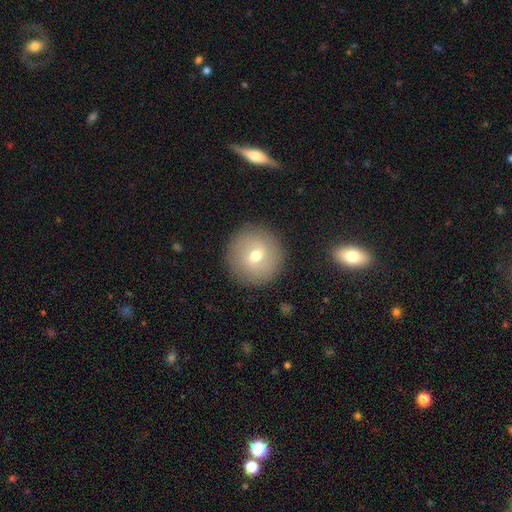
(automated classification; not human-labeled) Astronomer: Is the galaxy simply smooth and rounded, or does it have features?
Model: smooth — 60%.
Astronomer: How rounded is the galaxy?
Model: round — 95%.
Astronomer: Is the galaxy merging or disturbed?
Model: none — 89%.